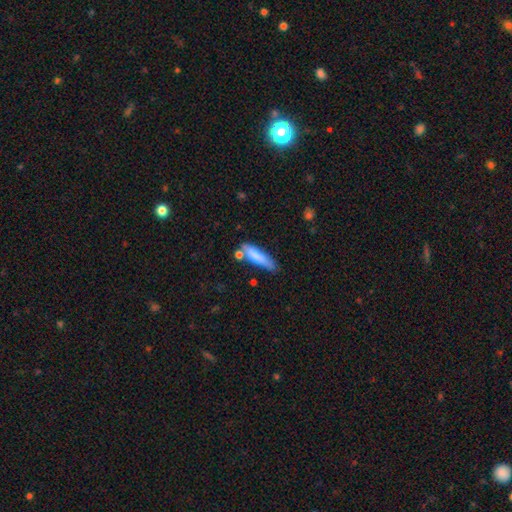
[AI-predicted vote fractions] A smooth galaxy with no disk features (76%) that is cigar-shaped (74%). Merging: none (54%).